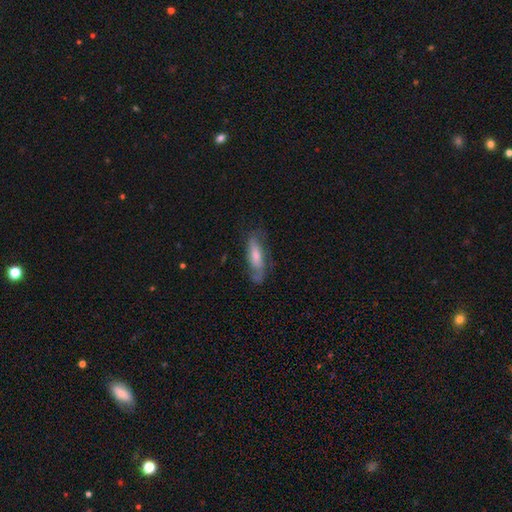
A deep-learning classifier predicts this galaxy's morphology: smooth_or_featured: featured or disk (p=0.51) [alt: smooth p=0.41]
disk_edge_on: no (p=0.69) [alt: yes p=0.31]
merging: none (p=0.64) [alt: minor disturbance p=0.23]